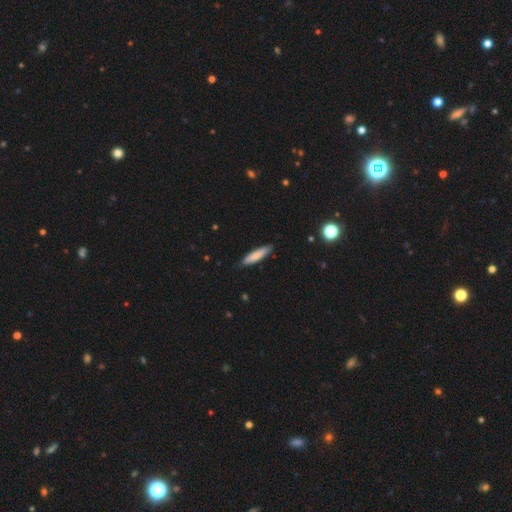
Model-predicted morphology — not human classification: Q: Smooth or featured?
A: smooth (79%); runner-up: featured or disk (15%)
Q: How rounded?
A: cigar-shaped (81%); runner-up: in between (18%)
Q: Merging?
A: none (85%); runner-up: minor disturbance (12%)